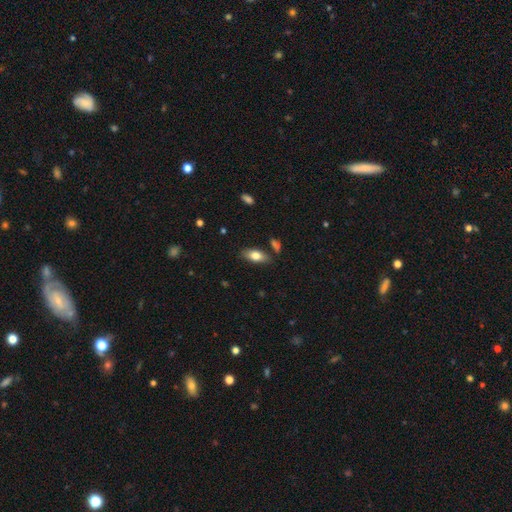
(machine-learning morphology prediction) Q: Smooth or featured?
A: smooth (75%); runner-up: featured or disk (18%)
Q: How rounded?
A: in between (84%); runner-up: cigar-shaped (13%)
Q: Merging?
A: none (81%); runner-up: minor disturbance (13%)